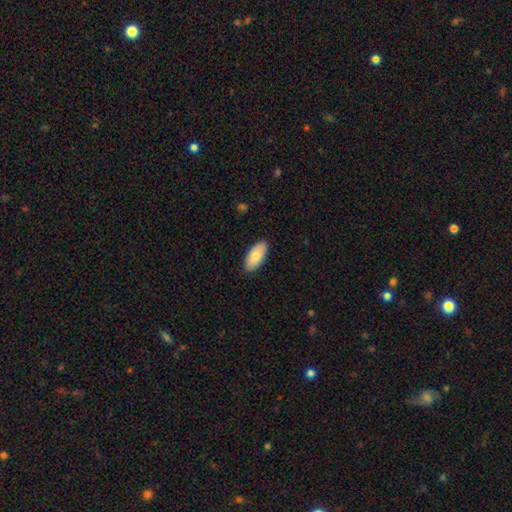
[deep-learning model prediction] Smooth or featured: smooth — 79% (featured or disk — 15%)
How rounded: in between — 93% (cigar-shaped — 5%)
Merging: none — 87% (minor disturbance — 10%)